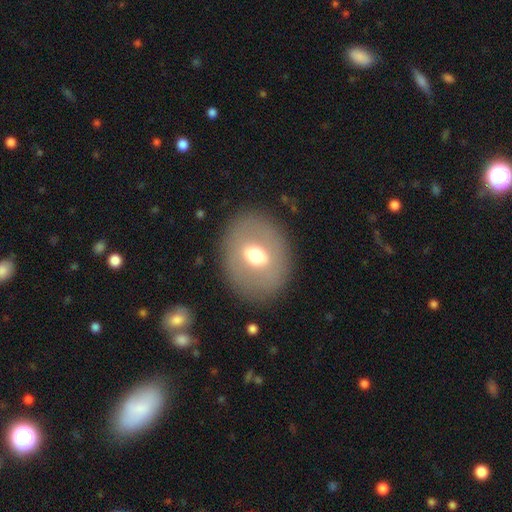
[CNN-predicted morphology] A smooth galaxy with no disk features (53%) that is in between round and cigar-shaped (61%). Merging: none (84%).